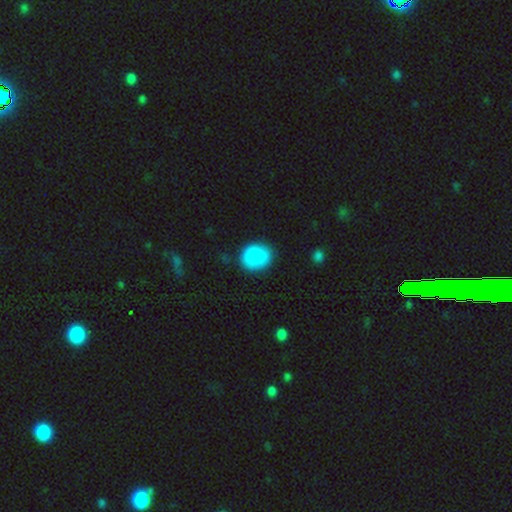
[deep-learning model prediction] This appears to be a smooth galaxy with no disk features (84%) that is round (66%). Merging: none (73%).